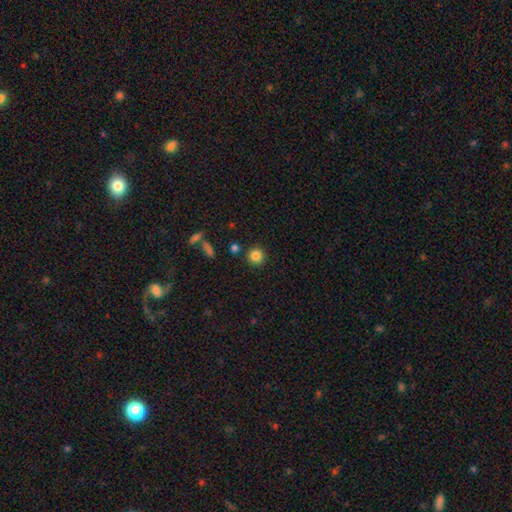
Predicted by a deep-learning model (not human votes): Smooth or featured: smooth — 84% (star or artifact — 11%)
How rounded: round — 94% (in between — 5%)
Merging: none — 88% (minor disturbance — 6%)